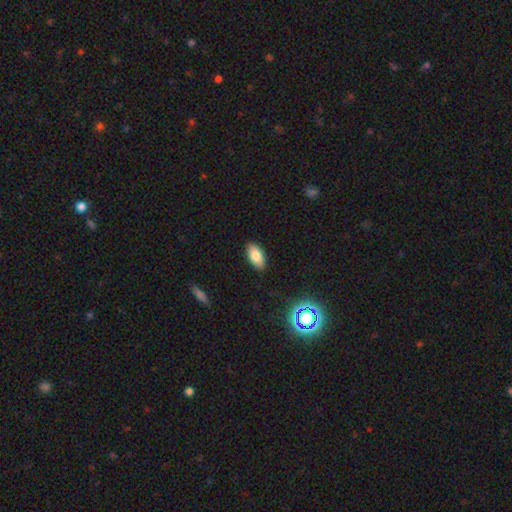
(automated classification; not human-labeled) Smooth or featured: smooth — 82% (featured or disk — 10%)
How rounded: in between — 92% (cigar-shaped — 5%)
Merging: none — 89% (minor disturbance — 8%)